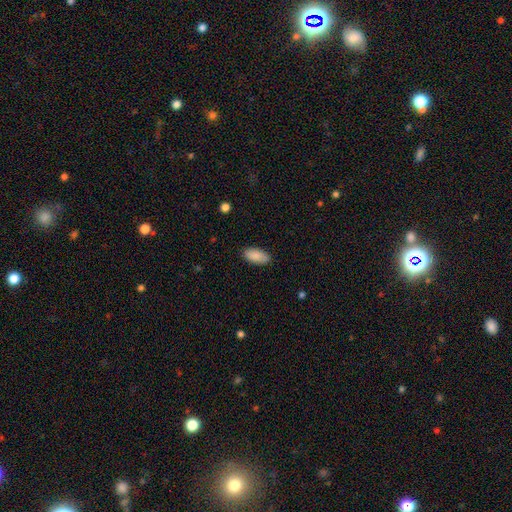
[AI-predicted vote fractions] This appears to be a smooth galaxy with no disk features (89%) that is in between round and cigar-shaped (92%). Merging: none (87%).